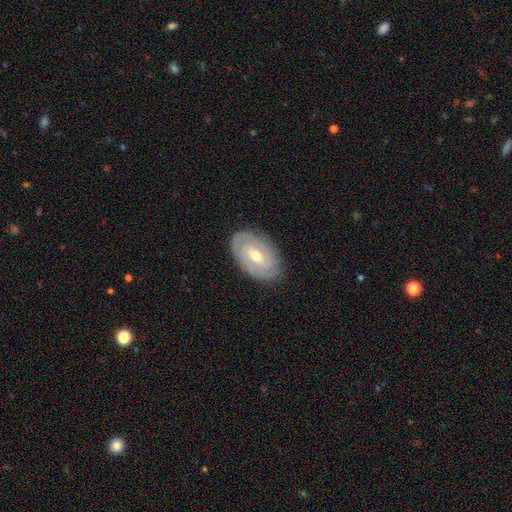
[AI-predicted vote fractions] Q: Smooth or featured?
A: featured or disk (70%); runner-up: smooth (24%)
Q: Edge-on disk?
A: no (93%); runner-up: yes (7%)
Q: Bar?
A: weak (44%); runner-up: no (40%)
Q: Spiral arms?
A: yes (76%); runner-up: no (24%)
Q: Bulge size?
A: moderate (58%); runner-up: small (39%)
Q: Merging?
A: none (84%); runner-up: minor disturbance (12%)